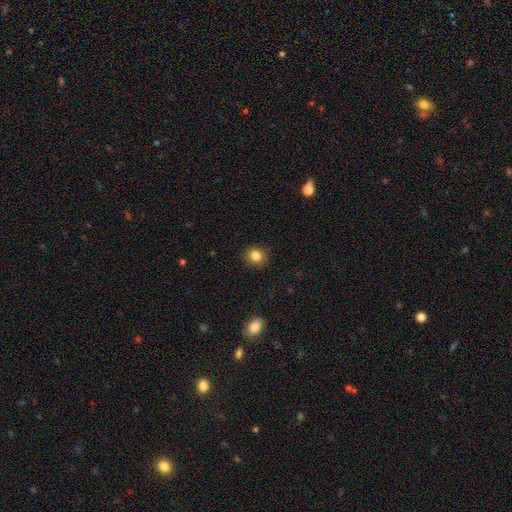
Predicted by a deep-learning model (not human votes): smooth-or-featured: smooth: 84% | star or artifact: 11% | featured or disk: 6%
  how-rounded: round: 83% | in between: 16% | cigar-shaped: 1%
  merging: none: 89% | minor disturbance: 8% | major disturbance: 2% | merger: 1%